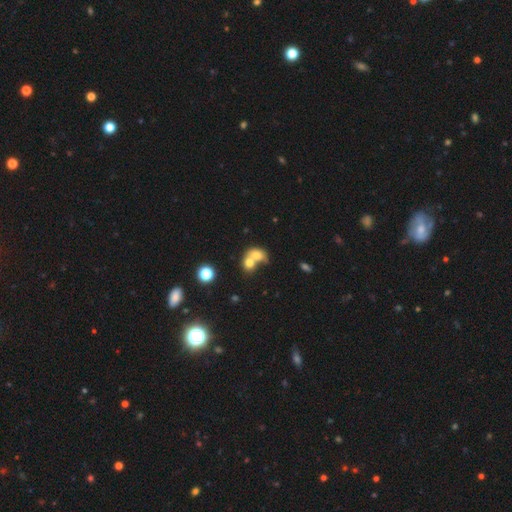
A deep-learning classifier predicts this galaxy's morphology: Q: Smooth or featured?
A: smooth (70%); runner-up: featured or disk (19%)
Q: How rounded?
A: in between (53%); runner-up: round (45%)
Q: Merging?
A: merger (74%); runner-up: none (16%)